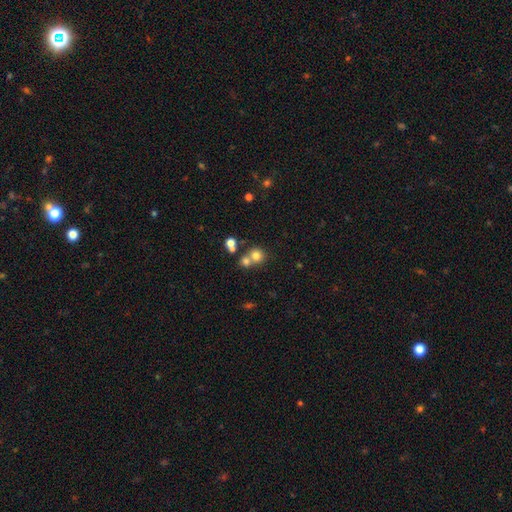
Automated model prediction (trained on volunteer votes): Q: Smooth or featured?
A: smooth (74%); runner-up: star or artifact (15%)
Q: How rounded?
A: round (86%); runner-up: in between (13%)
Q: Merging?
A: none (51%); runner-up: merger (39%)